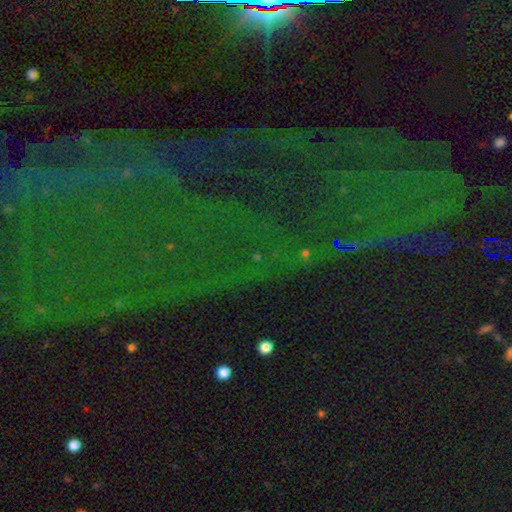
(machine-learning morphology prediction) Q: Smooth or featured?
A: star or artifact (83%); runner-up: featured or disk (9%)